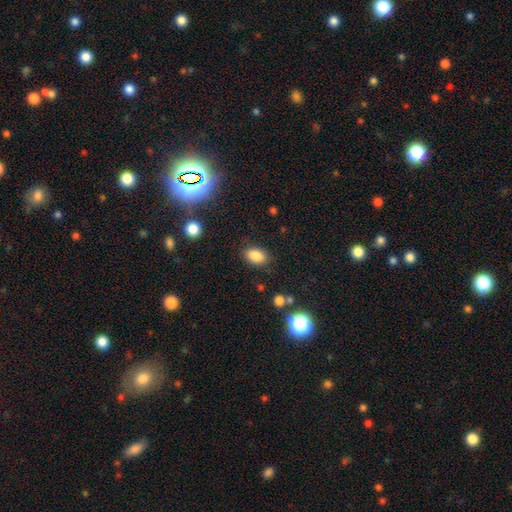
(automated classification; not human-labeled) smooth 85%, star or artifact 9%, featured or disk 5%. Down the decision tree: how rounded — in between (88%); merging — none (85%).